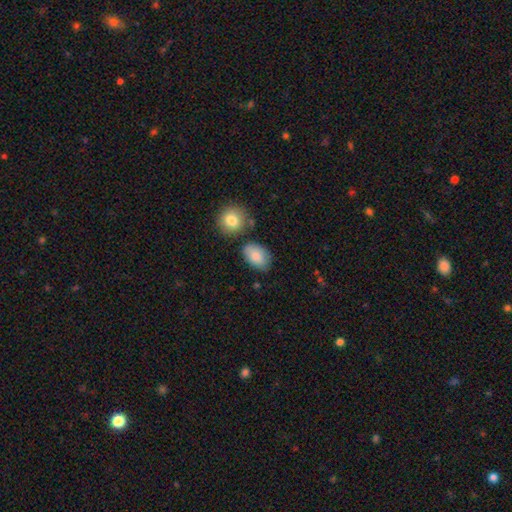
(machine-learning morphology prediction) Smooth or featured: smooth — 84% (featured or disk — 9%)
How rounded: in between — 87% (round — 11%)
Merging: none — 68% (minor disturbance — 19%)